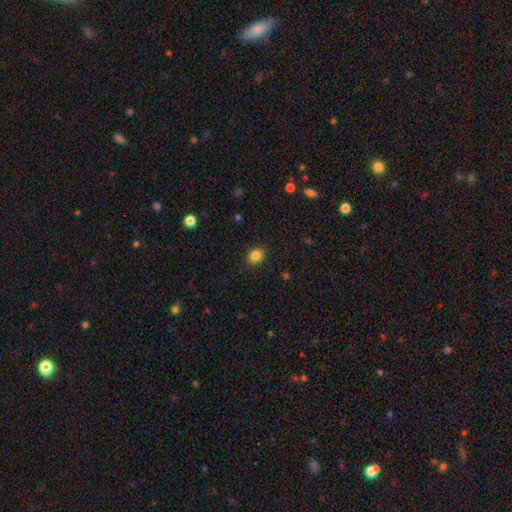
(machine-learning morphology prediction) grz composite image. It shows a smooth galaxy with no disk features (85%) that is round (60%). Merging: none (89%).